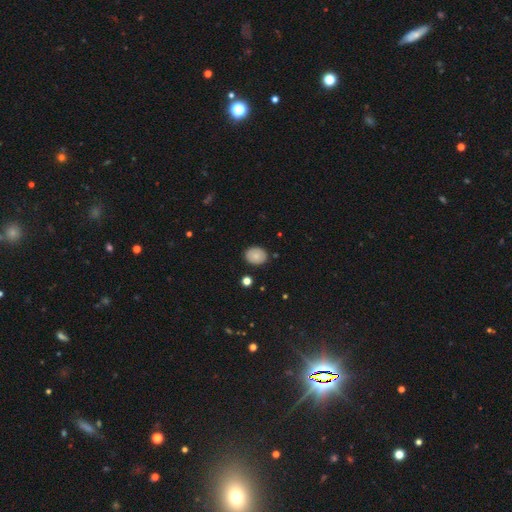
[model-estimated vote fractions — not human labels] Morphology: type=smooth (80%); roundness=round (50%); merging=none (86%).